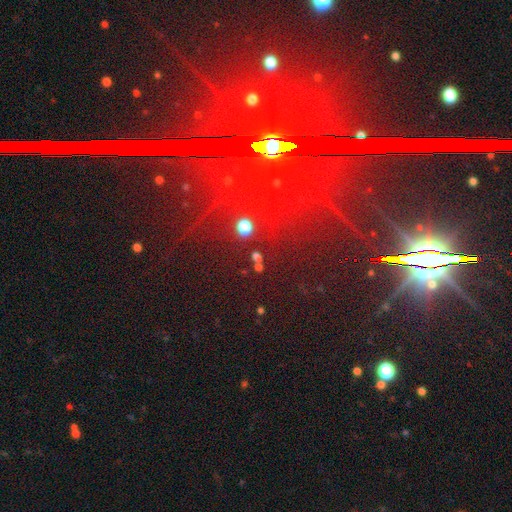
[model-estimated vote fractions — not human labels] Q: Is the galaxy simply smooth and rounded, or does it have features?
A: star or artifact — 55%.